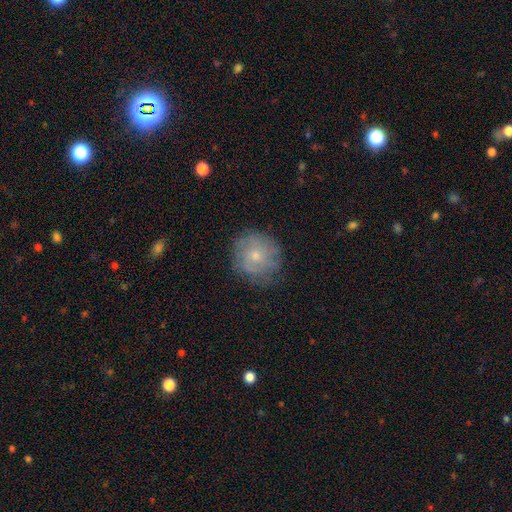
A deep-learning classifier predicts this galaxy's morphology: Smooth or featured? Predicted: smooth (p=0.52). How rounded? Predicted: round (p=0.88). Merging? Predicted: none (p=0.72).